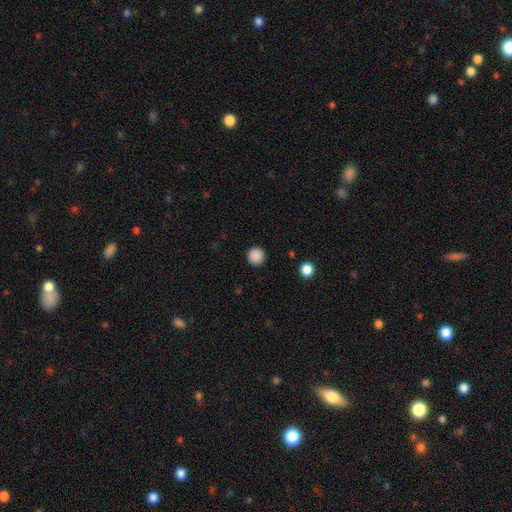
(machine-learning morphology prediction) This is clearly a smooth galaxy (88%). How rounded: clearly round (95%). Merging: clearly none (92%).